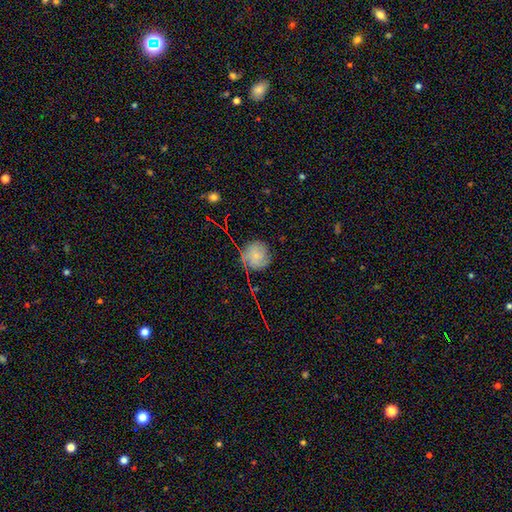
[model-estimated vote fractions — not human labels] Morphology: type=smooth (56%); roundness=round (90%); merging=none (76%).